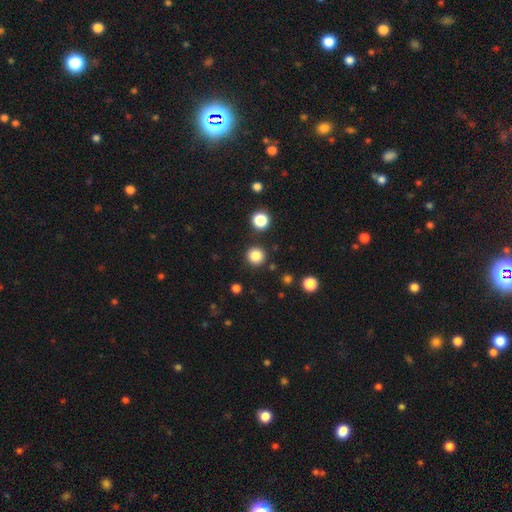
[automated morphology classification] Overall: smooth (84%). How rounded: round (95%). Merging: none (89%).